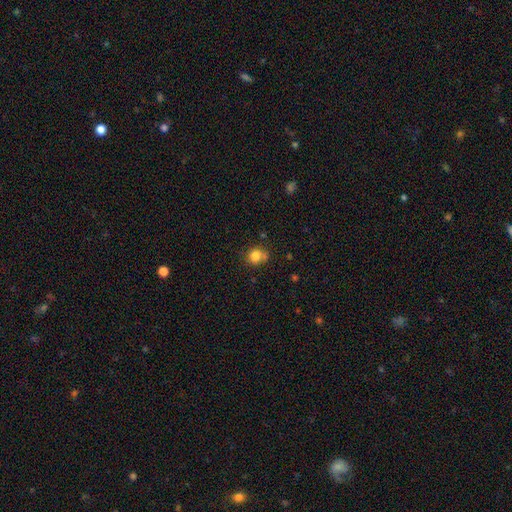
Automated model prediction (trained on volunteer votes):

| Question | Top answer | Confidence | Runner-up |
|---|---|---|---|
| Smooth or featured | smooth | 82% | star or artifact (11%) |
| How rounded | round | 78% | in between (21%) |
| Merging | none | 61% | minor disturbance (20%) |